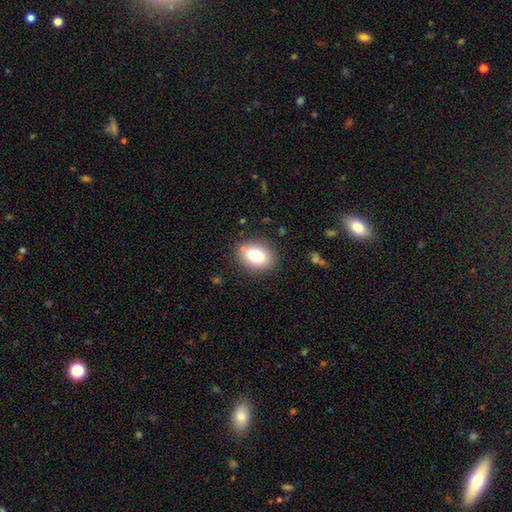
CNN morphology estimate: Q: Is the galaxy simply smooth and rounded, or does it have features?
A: smooth — 79%.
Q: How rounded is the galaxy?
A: in between — 69%.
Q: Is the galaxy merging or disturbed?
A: none — 84%.